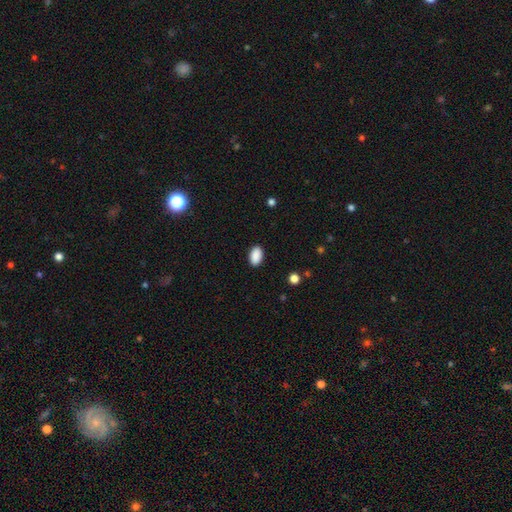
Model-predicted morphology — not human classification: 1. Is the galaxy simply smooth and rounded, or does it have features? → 90% smooth, 7% star or artifact, 3% featured or disk.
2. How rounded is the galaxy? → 93% in between, 5% round, 2% cigar-shaped.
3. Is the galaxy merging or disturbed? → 89% none, 8% minor disturbance, 2% major disturbance, 1% merger.